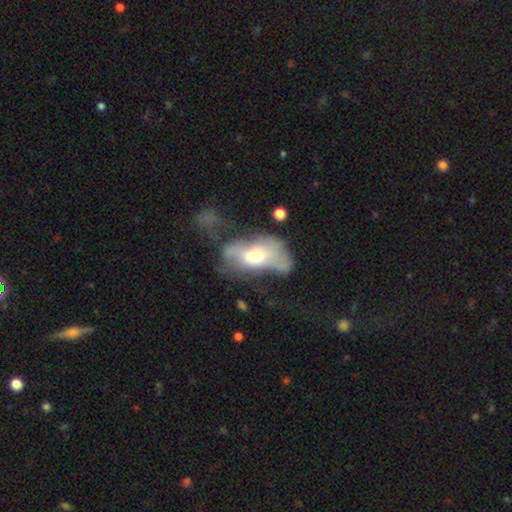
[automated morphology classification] type=smooth (47%); merging=major disturbance (45%).